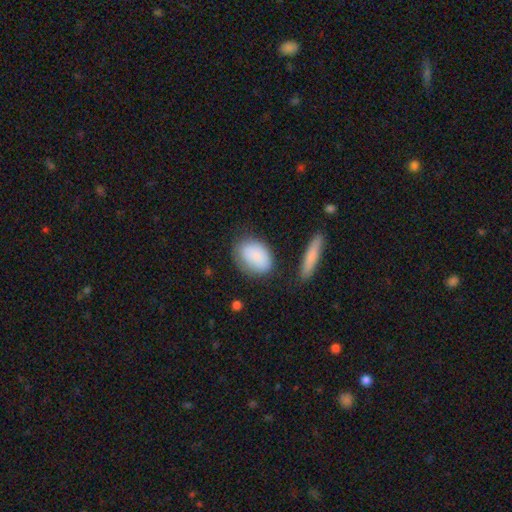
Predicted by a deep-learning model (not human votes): Smooth or featured: smooth — 83% (featured or disk — 11%)
How rounded: in between — 79% (round — 19%)
Merging: none — 65% (minor disturbance — 21%)